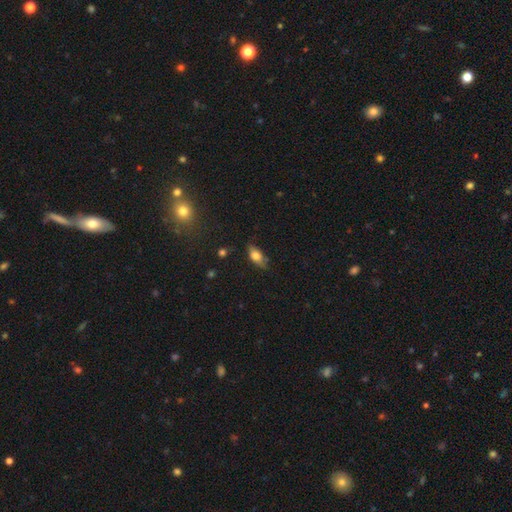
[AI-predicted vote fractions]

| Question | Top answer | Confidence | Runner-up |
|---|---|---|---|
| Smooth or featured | smooth | 74% | featured or disk (18%) |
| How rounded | in between | 85% | cigar-shaped (11%) |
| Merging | none | 66% | minor disturbance (27%) |